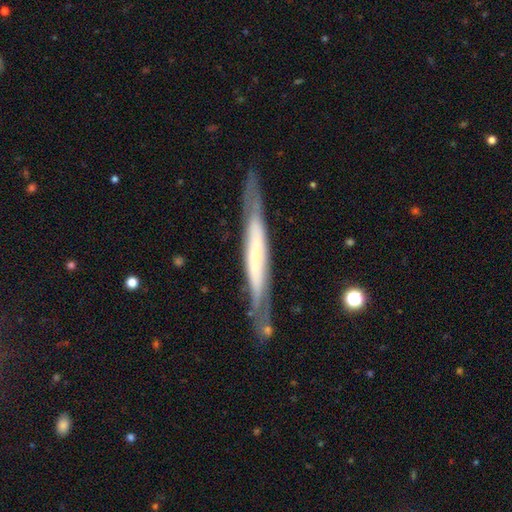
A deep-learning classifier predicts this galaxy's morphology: Smooth or featured: featured or disk — 65% (smooth — 29%)
Edge-on disk: yes — 82% (no — 18%)
Edge-on bulge: none — 63% (rounded — 22%)
Merging: none — 79% (minor disturbance — 14%)